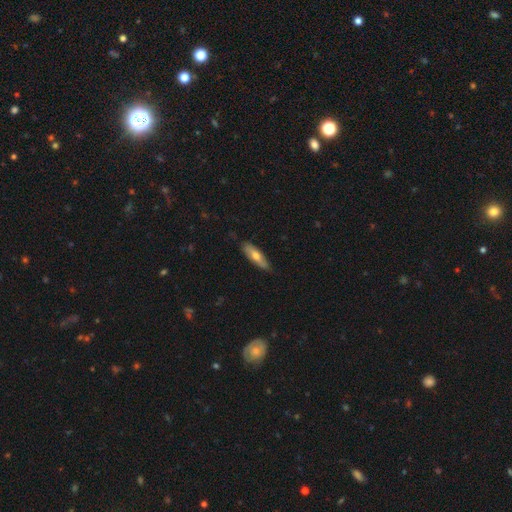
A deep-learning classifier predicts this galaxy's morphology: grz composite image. It shows a smooth galaxy with no disk features (58%) that is cigar-shaped (54%). Merging: none (78%).